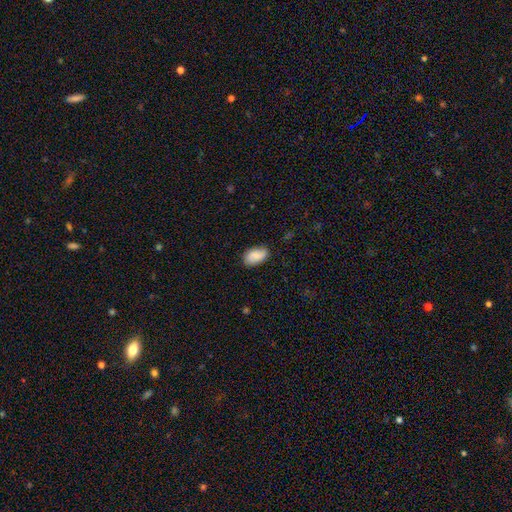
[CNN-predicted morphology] This appears to be a smooth galaxy with no disk features (80%) that is in between round and cigar-shaped (93%). Merging: none (79%).